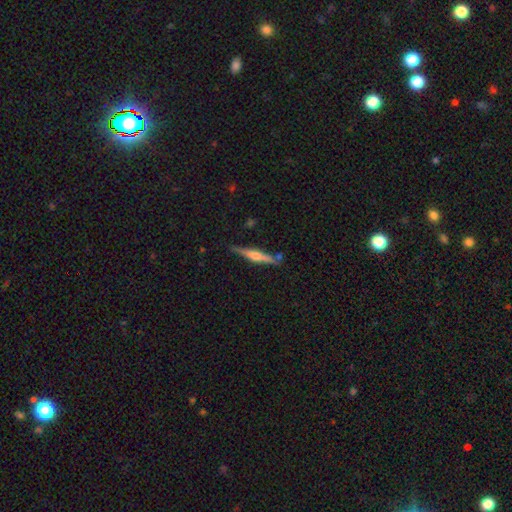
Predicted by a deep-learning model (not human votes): A featured or disk galaxy (68%) viewed edge-on (97%) with a rounded central bulge (88%).

Vote fractions:
- Smooth or featured? featured or disk: 68% / smooth: 26% / star or artifact: 6%
- Edge-on disk? yes: 97% / no: 3%
- Edge-on bulge? rounded: 88% / boxy: 8% / none: 5%
- Merging? none: 82% / minor disturbance: 12% / merger: 4% / major disturbance: 2%